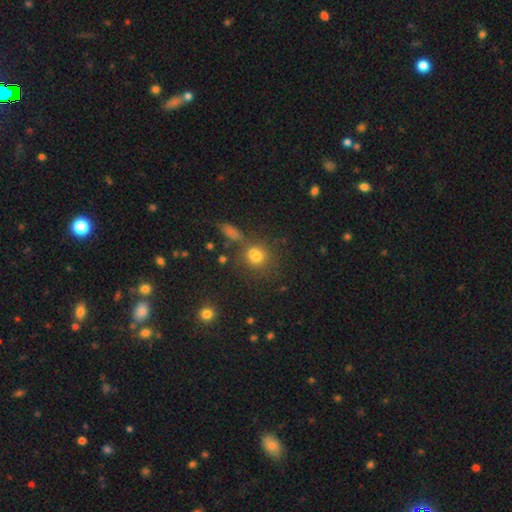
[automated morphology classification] The model was most divided on "merging": none: 56%, merger: 27%, minor disturbance: 12%, major disturbance: 6%. More confident: how rounded — round (76%); smooth or featured — smooth (72%).